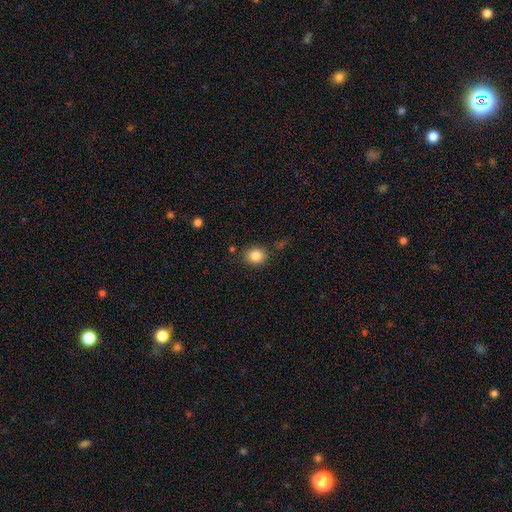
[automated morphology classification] This is clearly a smooth galaxy (86%). How rounded: likely round (63%). Merging: clearly none (82%).